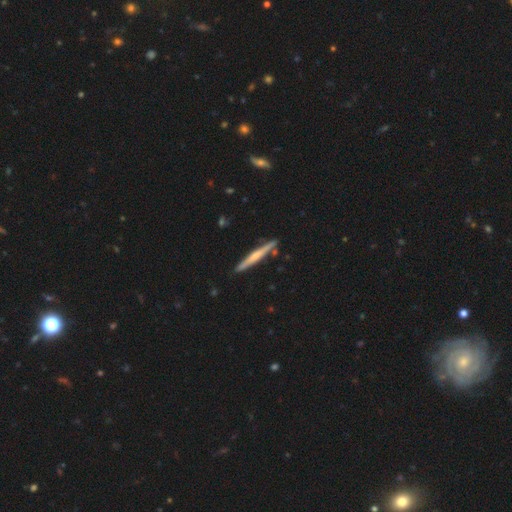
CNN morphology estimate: Smooth or featured: featured or disk — 59% (smooth — 36%)
Edge-on disk: yes — 97% (no — 3%)
Edge-on bulge: rounded — 61% (none — 31%)
Merging: none — 88% (minor disturbance — 8%)